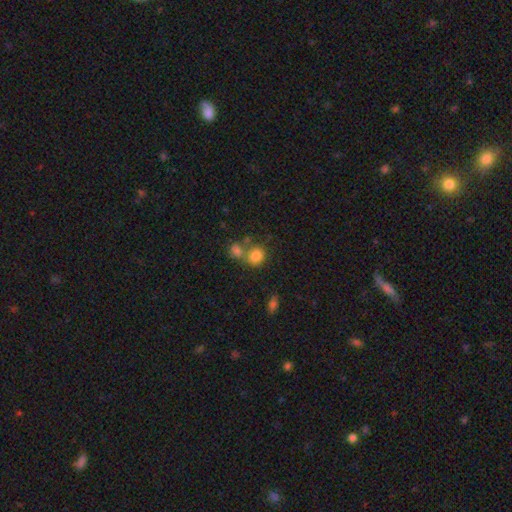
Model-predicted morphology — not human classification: smooth 81%, star or artifact 11%, featured or disk 8%. Down the decision tree: how rounded — round (75%); merging — none (48%).